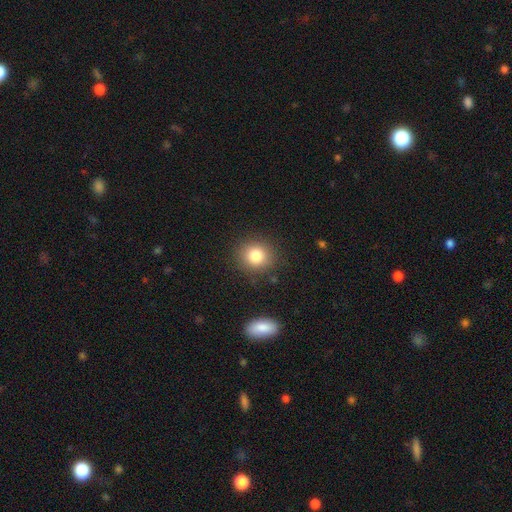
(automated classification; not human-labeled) smooth 82%, star or artifact 10%, featured or disk 7%. Down the decision tree: how rounded — round (83%); merging — none (87%).